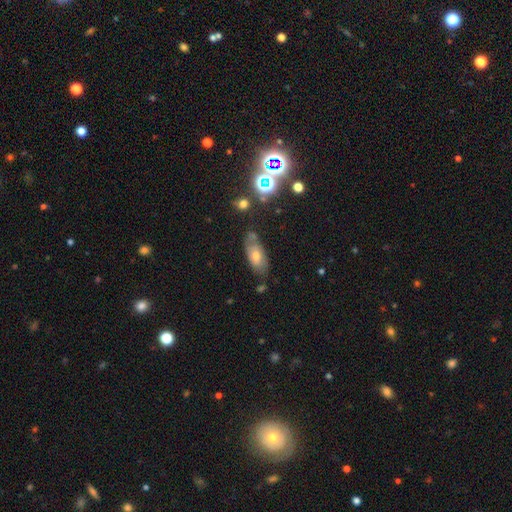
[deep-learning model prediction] Smooth or featured?
  - smooth: 42% *
  - featured or disk: 39%
  - star or artifact: 19%
Merging?
  - none: 65% *
  - minor disturbance: 22%
  - major disturbance: 7%
  - merger: 5%